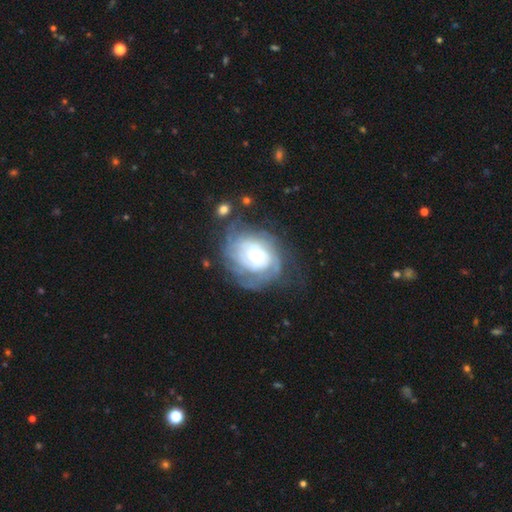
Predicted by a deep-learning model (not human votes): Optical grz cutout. It shows a featured or disk galaxy (77%) with no bar (77%), tight (67%) spiral arms (88%) and a moderate central bulge (40%, tied with small). Merging: none (58%).